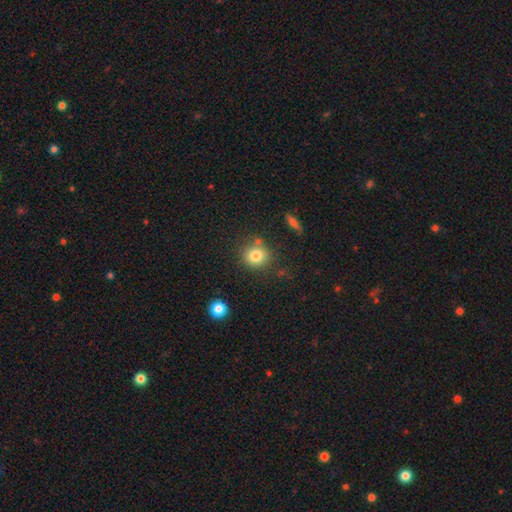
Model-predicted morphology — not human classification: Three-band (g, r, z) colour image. It shows a smooth galaxy with no disk features (81%) that is round (80%). Merging: none (76%).